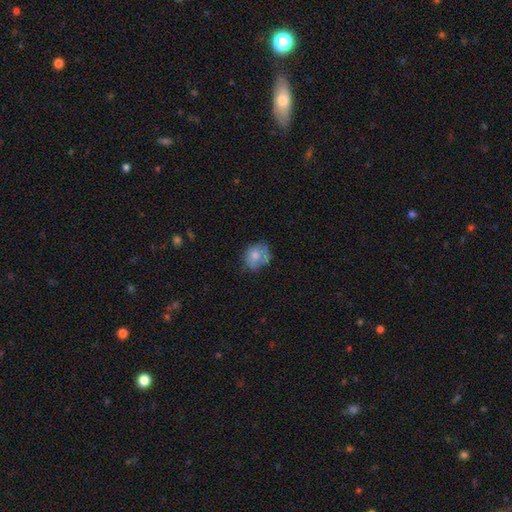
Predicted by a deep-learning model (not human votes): A smooth galaxy with no disk features (62%) that is round (58%). Merging: none (51%).